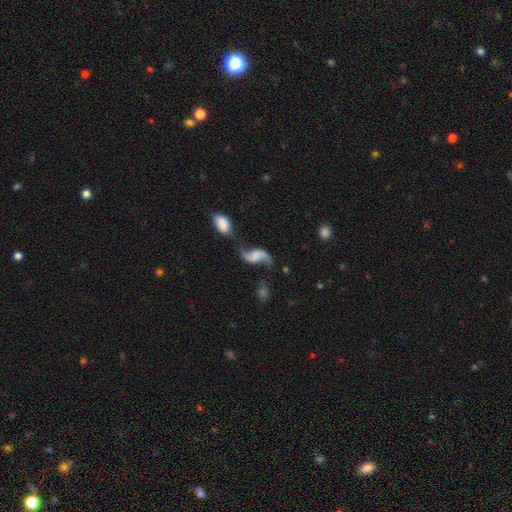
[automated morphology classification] A featured or disk galaxy (83%) with no bar (47%), 2 (93%) loose (89%) spiral arms (94%) and no central bulge (49%).

Vote fractions:
- Smooth or featured? featured or disk: 83% / smooth: 10% / star or artifact: 7%
- Edge-on disk? no: 96% / yes: 4%
- Bar? no: 47% / weak: 40% / strong: 13%
- Spiral arms? yes: 94% / no: 6%
- Spiral winding? loose: 89% / medium: 9% / tight: 2%
- Spiral arm count? 2: 93% / 1: 2% / can't tell: 2% / 3: 1% / 4: 1% / more than 4: 1%
- Bulge size? none: 49% / small: 21% / moderate: 17% / large: 10% / dominant: 3%
- Merging? none: 50% / merger: 23% / minor disturbance: 16% / major disturbance: 11%